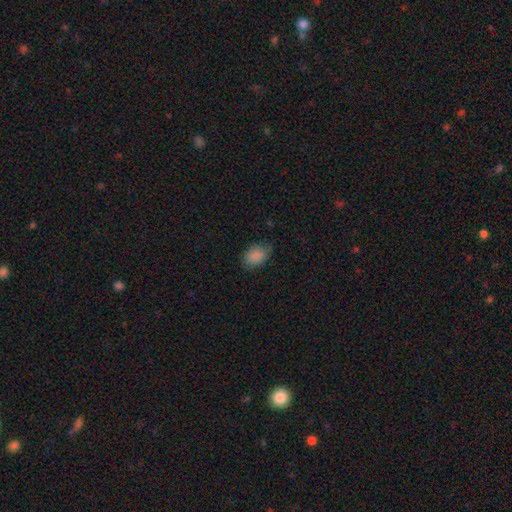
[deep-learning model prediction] Overall: smooth (87%). How rounded: in between (80%). Merging: none (72%).